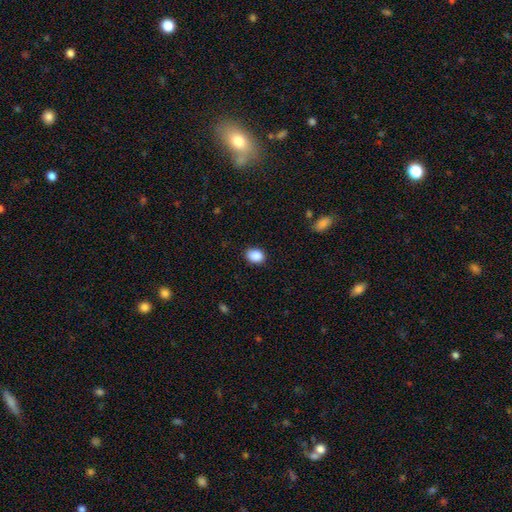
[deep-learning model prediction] smooth 89%, star or artifact 8%, featured or disk 3%. Down the decision tree: how rounded — in between (61%); merging — none (87%).